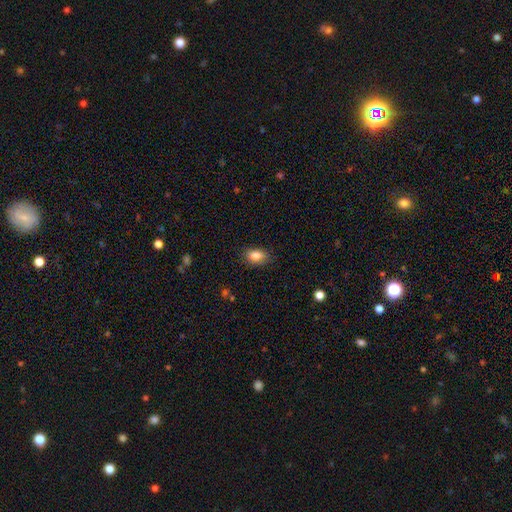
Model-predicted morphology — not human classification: Smooth or featured? smooth (85%)
How rounded? in between (85%)
Merging? none (83%)